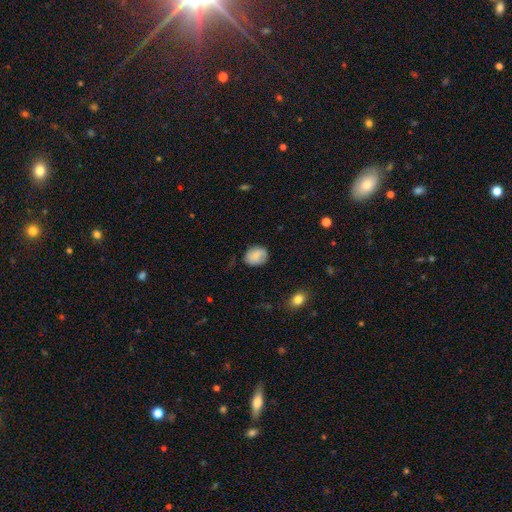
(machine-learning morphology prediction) This appears to be a smooth galaxy with no disk features (80%) that is in between round and cigar-shaped (54%). Merging: none (72%).